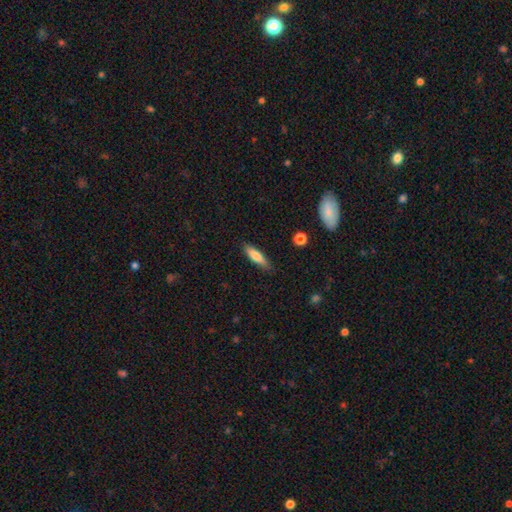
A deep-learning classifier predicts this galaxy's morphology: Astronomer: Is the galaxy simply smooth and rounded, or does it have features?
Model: smooth — 79%.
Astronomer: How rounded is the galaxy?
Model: cigar-shaped — 62%.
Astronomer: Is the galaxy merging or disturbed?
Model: none — 84%.